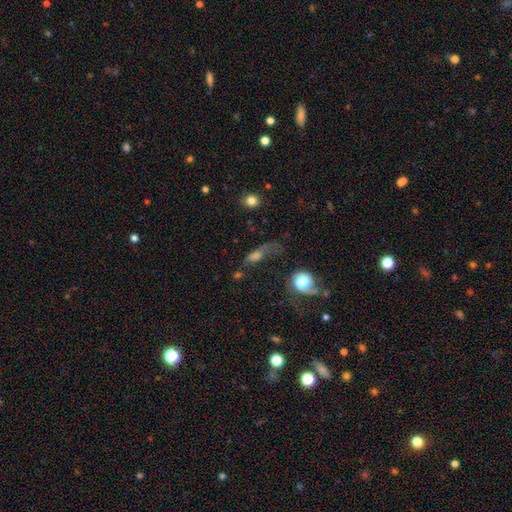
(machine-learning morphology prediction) Smooth or featured? smooth (51%)
How rounded? in between (50%)
Merging? major disturbance (41%)